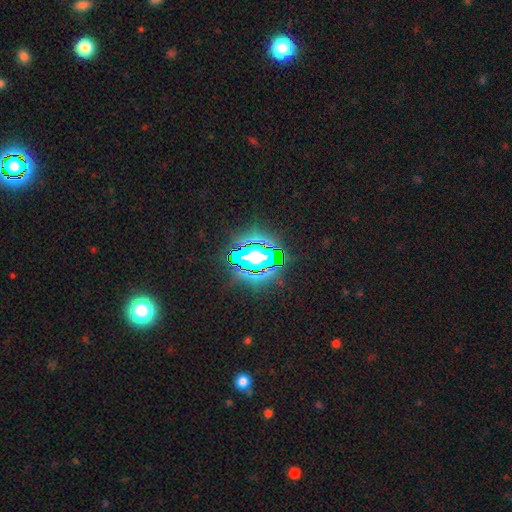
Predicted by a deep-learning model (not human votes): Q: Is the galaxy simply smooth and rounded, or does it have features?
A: star or artifact — 79%.